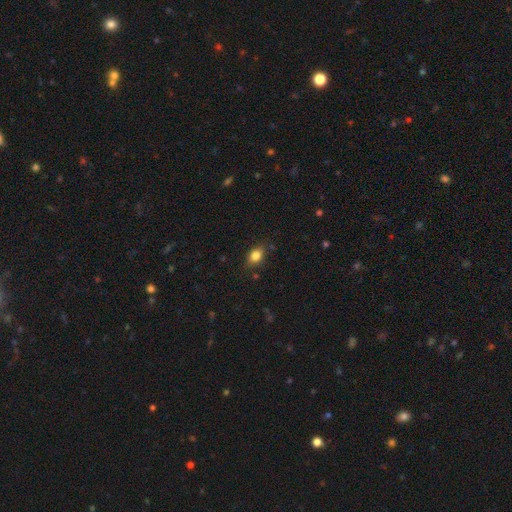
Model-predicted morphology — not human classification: Smooth or featured? Predicted: smooth (p=0.82). How rounded? Predicted: in between (p=0.75). Merging? Predicted: none (p=0.80).